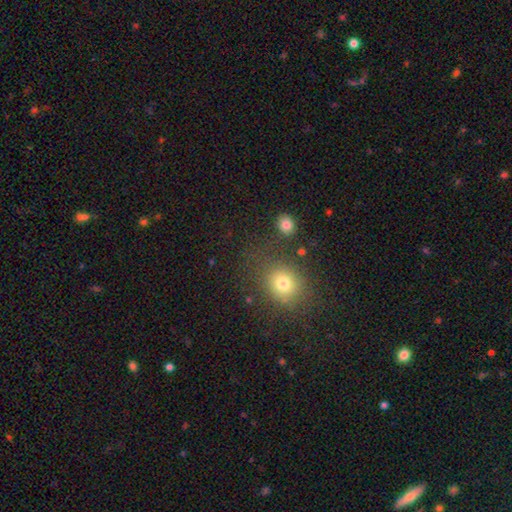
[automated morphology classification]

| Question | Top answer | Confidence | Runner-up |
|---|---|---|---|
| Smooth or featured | smooth | 67% | star or artifact (26%) |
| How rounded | round | 72% | in between (27%) |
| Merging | none | 82% | minor disturbance (9%) |